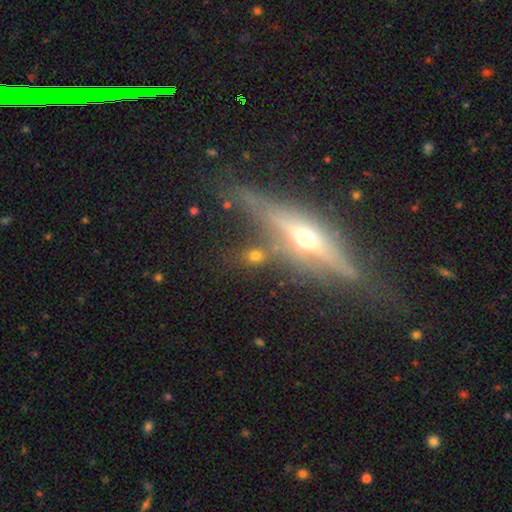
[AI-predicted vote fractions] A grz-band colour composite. It shows a smooth galaxy with no disk features (58%) that is round (52%). Merging: none (72%).